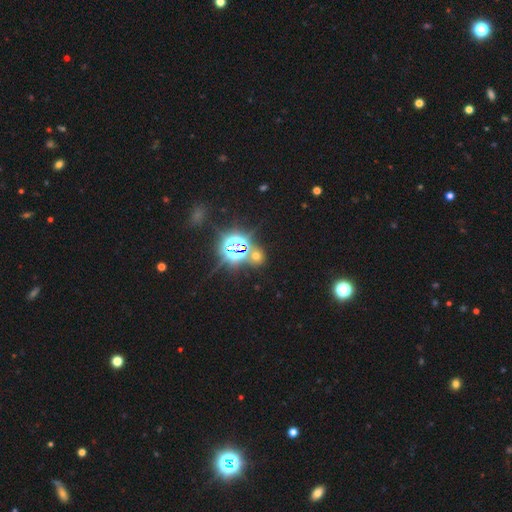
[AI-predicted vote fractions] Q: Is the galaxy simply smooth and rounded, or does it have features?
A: star or artifact — 60%.